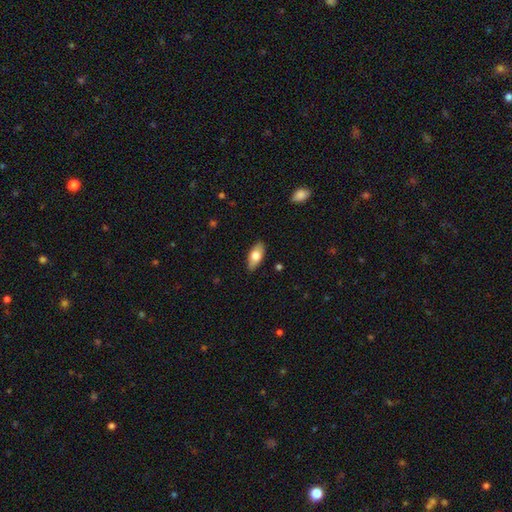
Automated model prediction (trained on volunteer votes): Smooth or featured? Predicted: smooth (p=0.75). How rounded? Predicted: in between (p=0.88). Merging? Predicted: none (p=0.87).